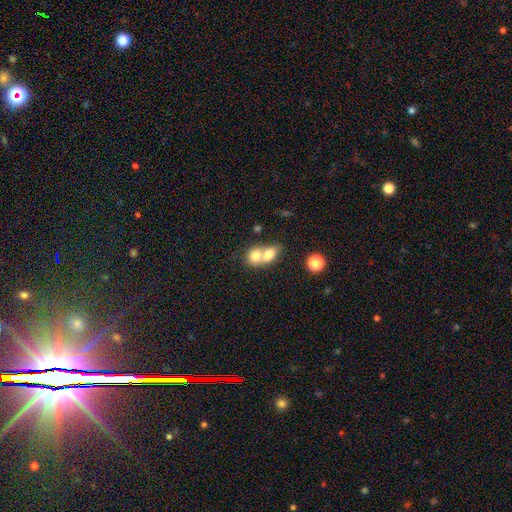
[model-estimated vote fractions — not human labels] Smooth or featured? smooth (74%)
How rounded? round (51%)
Merging? merger (73%)